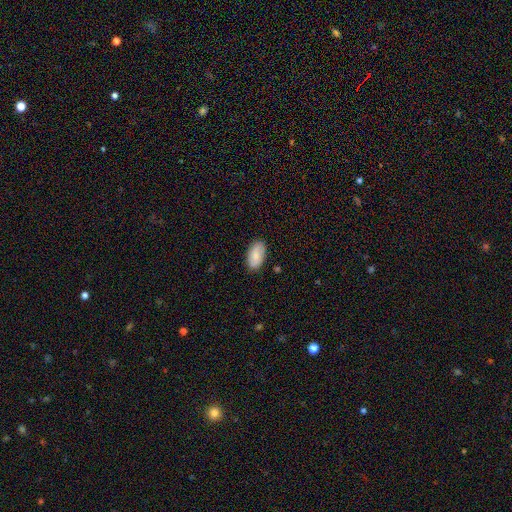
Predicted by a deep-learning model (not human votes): Smooth or featured?
  - smooth: 81% *
  - featured or disk: 13%
  - star or artifact: 6%
How rounded?
  - in between: 95% *
  - round: 3%
  - cigar-shaped: 2%
Merging?
  - none: 85% *
  - minor disturbance: 11%
  - major disturbance: 2%
  - merger: 1%